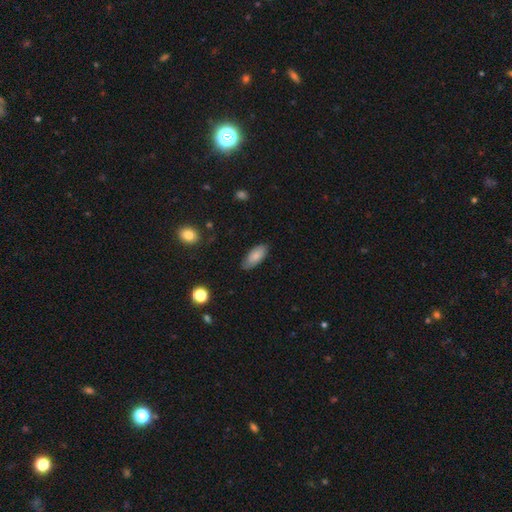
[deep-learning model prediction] A smooth galaxy with no disk features (77%) that is in between round and cigar-shaped (87%). Merging: none (78%).